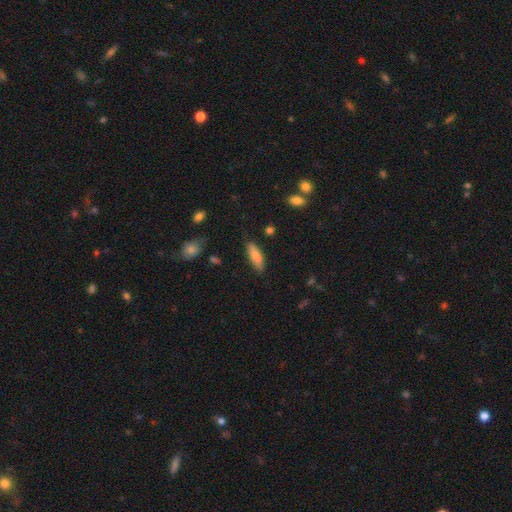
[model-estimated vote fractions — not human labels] smooth_or_featured: smooth (p=0.78) [alt: featured or disk p=0.16]
how_rounded: cigar-shaped (p=0.55) [alt: in between p=0.43]
merging: none (p=0.82) [alt: minor disturbance p=0.14]